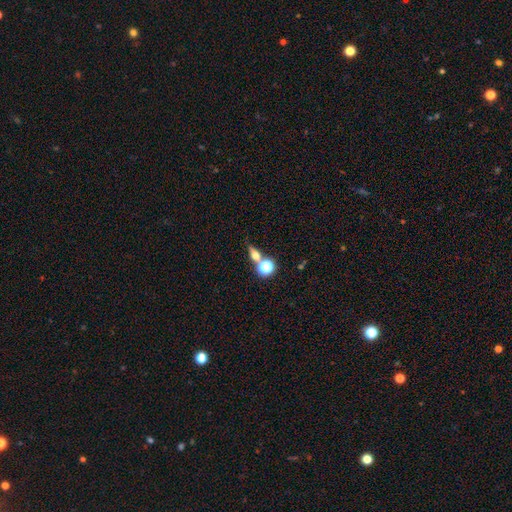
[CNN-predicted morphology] Smooth or featured? Predicted: smooth (p=0.54). How rounded? Predicted: round (p=0.41, tied with in between). Merging? Predicted: none (p=0.57).